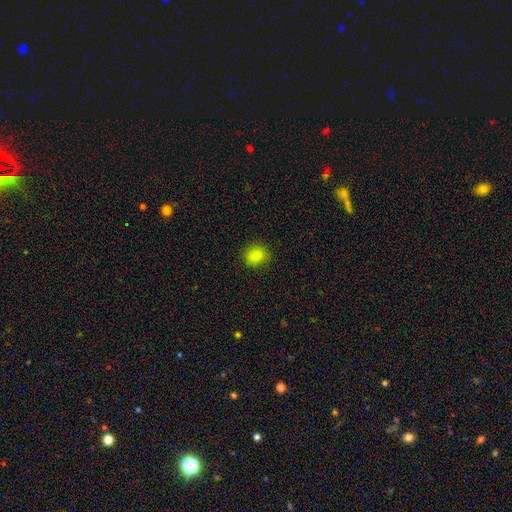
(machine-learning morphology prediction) smooth 86%, star or artifact 11%, featured or disk 3%. Down the decision tree: how rounded — round (66%); merging — none (87%).